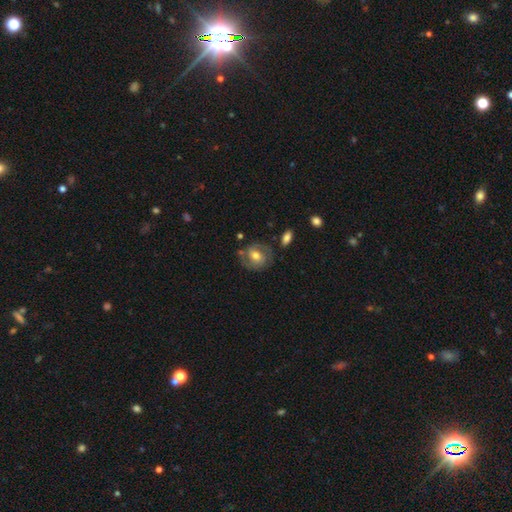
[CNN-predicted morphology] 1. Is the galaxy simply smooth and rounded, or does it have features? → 50% featured or disk, 42% smooth, 8% star or artifact.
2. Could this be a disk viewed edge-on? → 96% no, 4% yes.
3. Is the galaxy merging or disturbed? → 69% none, 19% minor disturbance, 7% major disturbance, 5% merger.